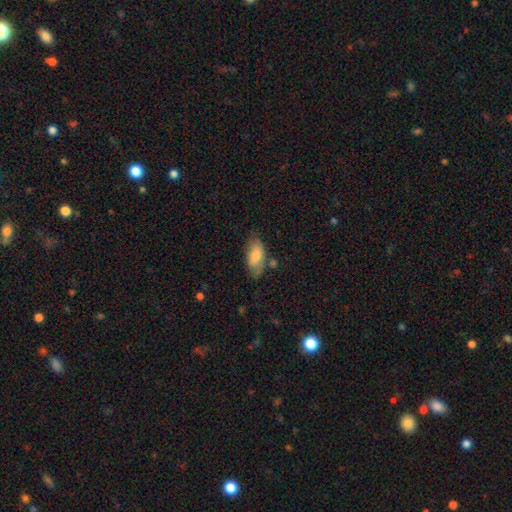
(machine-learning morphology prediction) The model was most divided on "merging": none: 65%, minor disturbance: 22%, merger: 7%, major disturbance: 6%. More confident: how rounded — in between (89%); smooth or featured — smooth (76%).